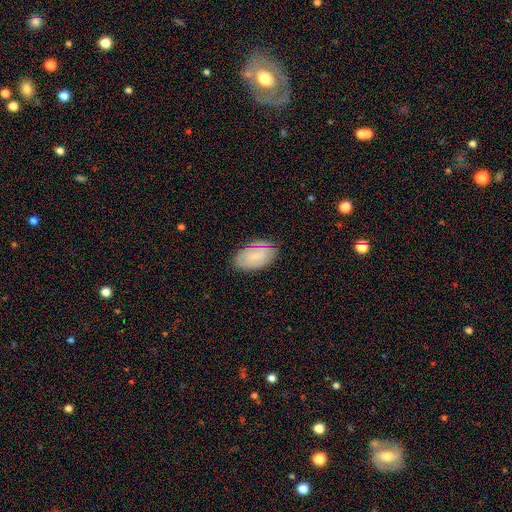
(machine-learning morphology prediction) type=smooth (54%); roundness=in between (93%); merging=none (82%).